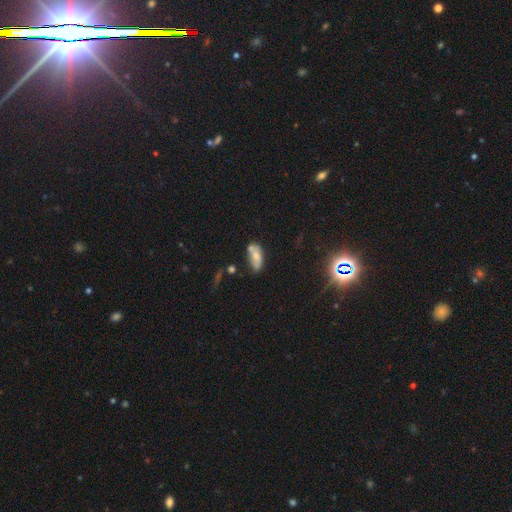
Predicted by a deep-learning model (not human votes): Morphology: type=smooth (56%); roundness=in between (86%); merging=none (50%).